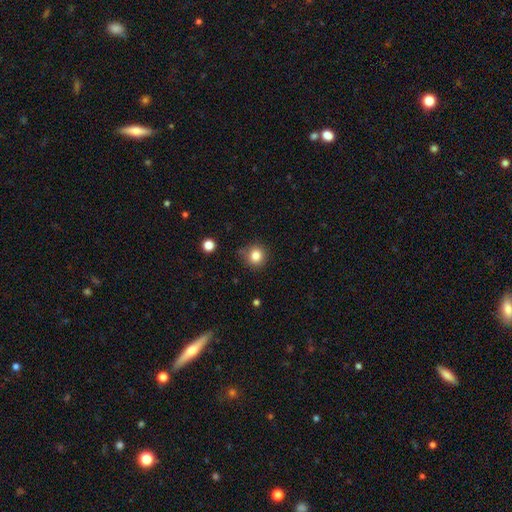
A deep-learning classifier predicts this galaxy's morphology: Smooth or featured: smooth — 83% (star or artifact — 12%)
How rounded: round — 89% (in between — 10%)
Merging: none — 77% (minor disturbance — 17%)